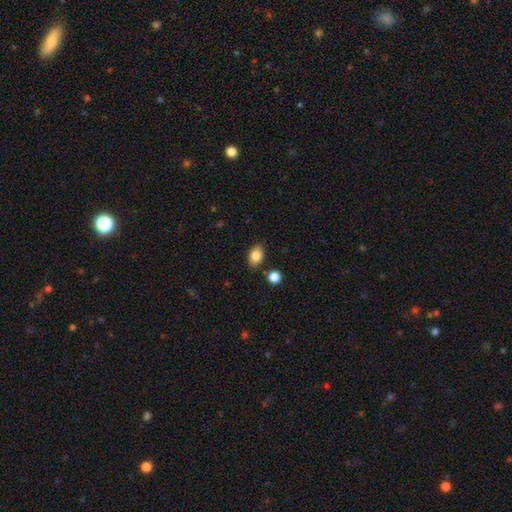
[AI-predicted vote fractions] Smooth or featured? Predicted: smooth (p=0.84). How rounded? Predicted: in between (p=0.81). Merging? Predicted: none (p=0.81).